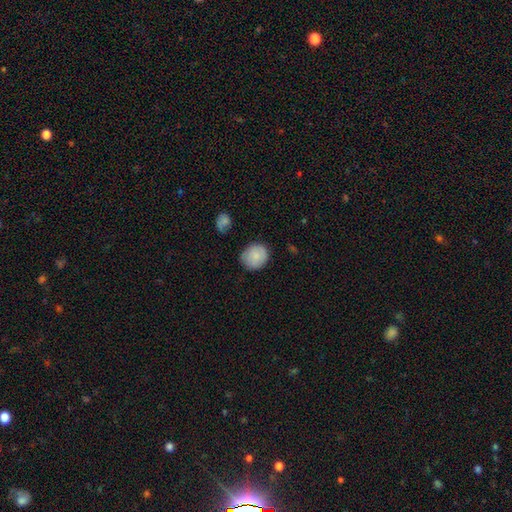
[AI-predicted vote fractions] Morphology: type=smooth (84%); roundness=round (77%); merging=none (77%).